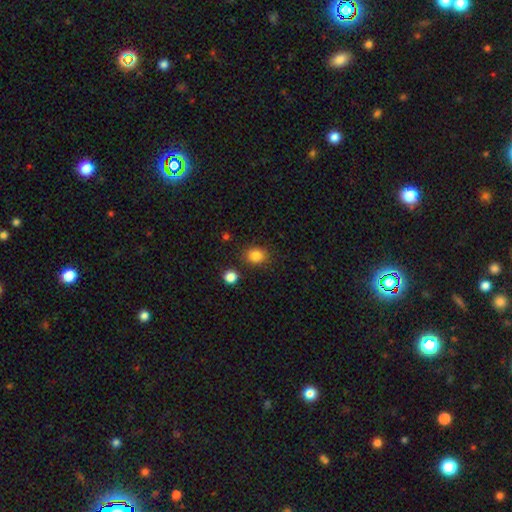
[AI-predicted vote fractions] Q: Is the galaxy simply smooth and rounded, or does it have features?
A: smooth — 84%.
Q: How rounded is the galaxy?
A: round — 59%.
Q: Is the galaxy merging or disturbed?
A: none — 83%.